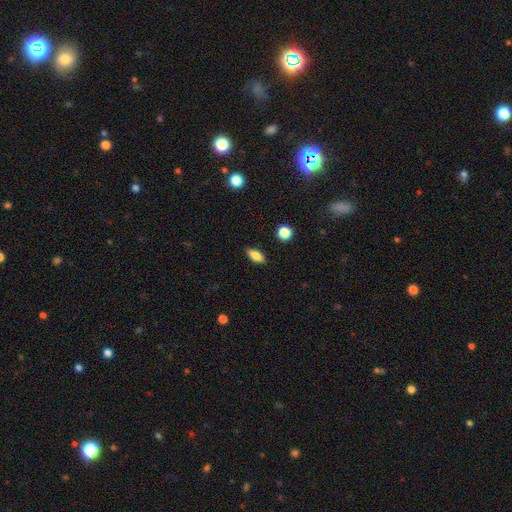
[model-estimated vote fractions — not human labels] The model was most divided on "how rounded": in between: 74%, cigar-shaped: 21%, round: 5%. More confident: merging — none (87%); smooth or featured — smooth (73%).